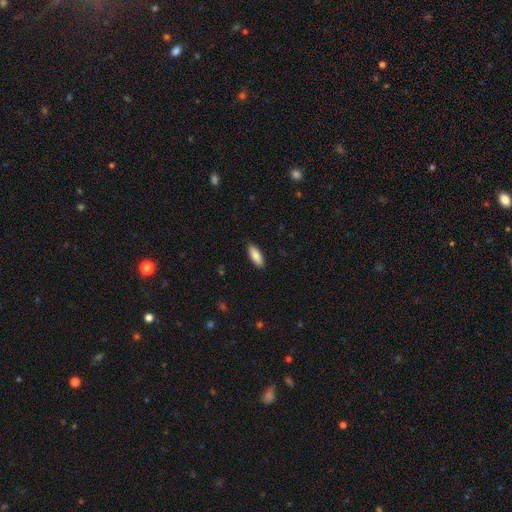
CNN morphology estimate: Smooth or featured?
  - smooth: 88% *
  - featured or disk: 7%
  - star or artifact: 6%
How rounded?
  - in between: 73% *
  - cigar-shaped: 26%
  - round: 2%
Merging?
  - none: 89% *
  - minor disturbance: 8%
  - major disturbance: 2%
  - merger: 1%